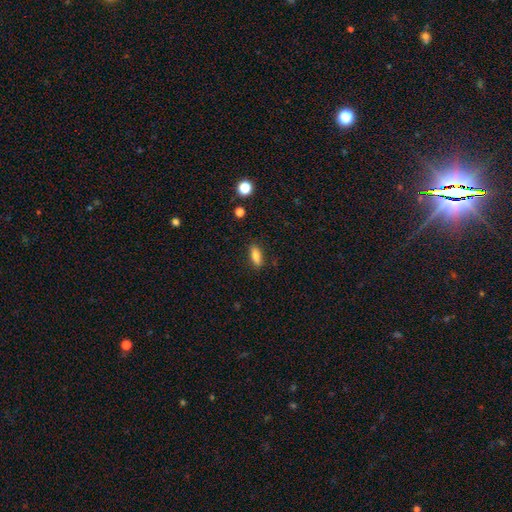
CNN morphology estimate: A smooth galaxy with no disk features (83%) that is in between round and cigar-shaped (76%).

Vote fractions:
- Smooth or featured? smooth: 83% / star or artifact: 9% / featured or disk: 8%
- How rounded? in between: 76% / cigar-shaped: 21% / round: 3%
- Merging? none: 87% / minor disturbance: 10% / major disturbance: 2% / merger: 1%